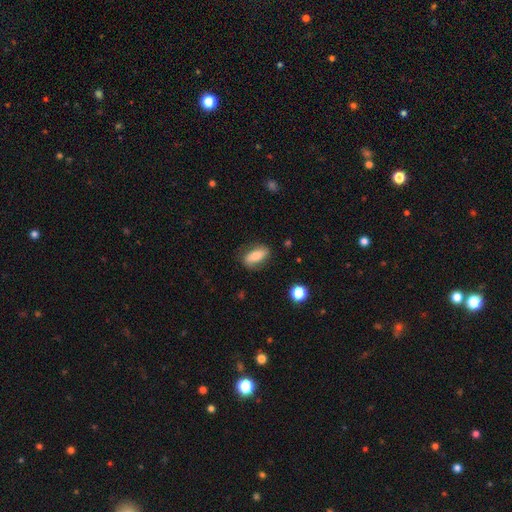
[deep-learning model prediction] Smooth or featured? smooth (66%)
How rounded? in between (82%)
Merging? none (78%)